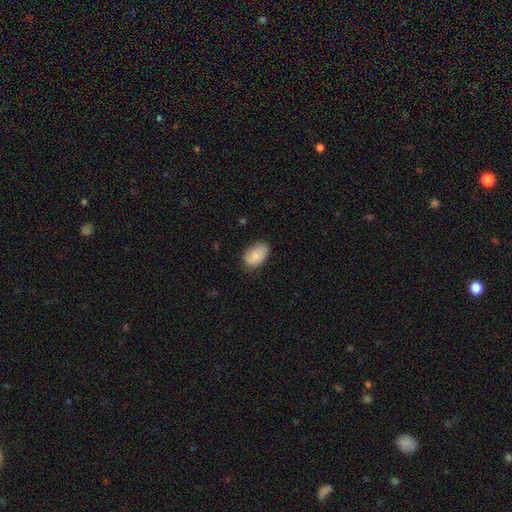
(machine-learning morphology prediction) A smooth galaxy with no disk features (84%) that is in between round and cigar-shaped (91%). Merging: none (76%).